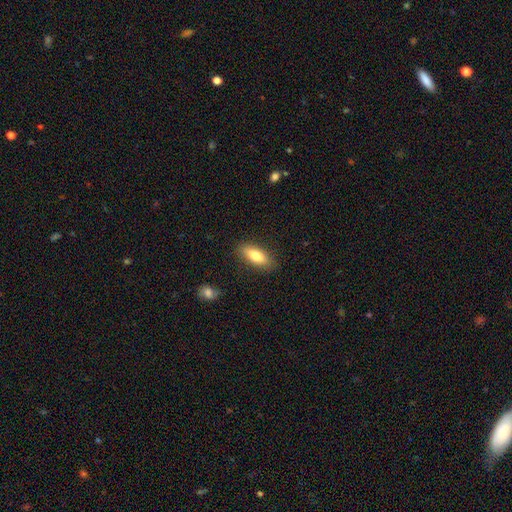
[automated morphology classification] Smooth or featured? smooth (77%)
How rounded? in between (72%)
Merging? none (86%)